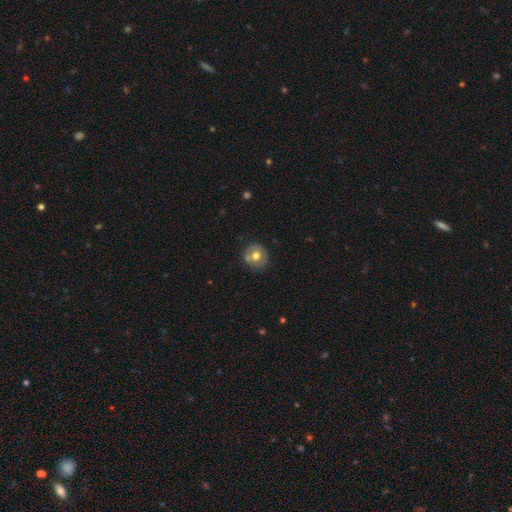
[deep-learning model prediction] Q: Smooth or featured?
A: smooth (59%); runner-up: featured or disk (33%)
Q: How rounded?
A: round (89%); runner-up: in between (10%)
Q: Merging?
A: none (75%); runner-up: minor disturbance (14%)